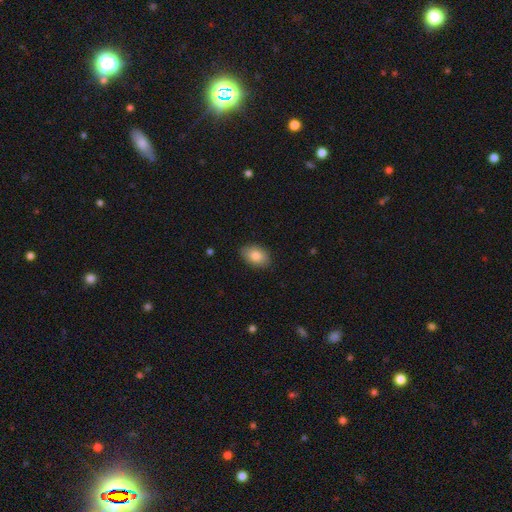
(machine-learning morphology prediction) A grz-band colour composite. It shows a smooth galaxy with no disk features (85%) that is in between round and cigar-shaped (87%). Merging: none (87%).